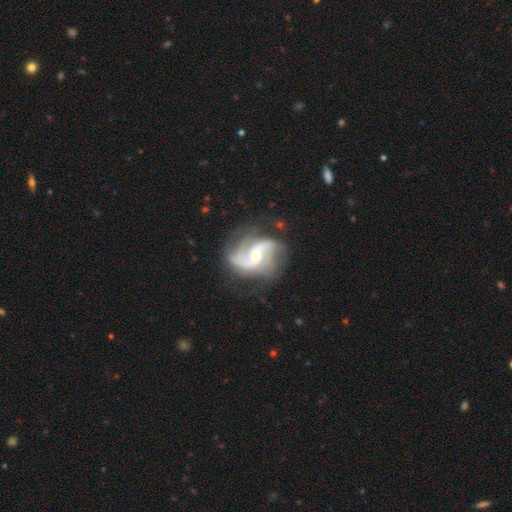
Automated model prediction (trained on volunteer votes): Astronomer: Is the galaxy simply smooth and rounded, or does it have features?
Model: featured or disk — 90%.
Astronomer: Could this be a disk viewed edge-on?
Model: no — 98%.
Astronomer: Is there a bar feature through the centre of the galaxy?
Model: weak — 43% (runner-up: no, 41%).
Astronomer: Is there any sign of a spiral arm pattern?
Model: yes — 97%.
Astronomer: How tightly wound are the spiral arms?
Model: medium — 48% (runner-up: loose, 35%).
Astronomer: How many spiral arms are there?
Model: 2 — 66%.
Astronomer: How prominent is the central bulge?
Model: small — 48% (runner-up: moderate, 47%).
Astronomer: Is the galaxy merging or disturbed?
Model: none — 67%.